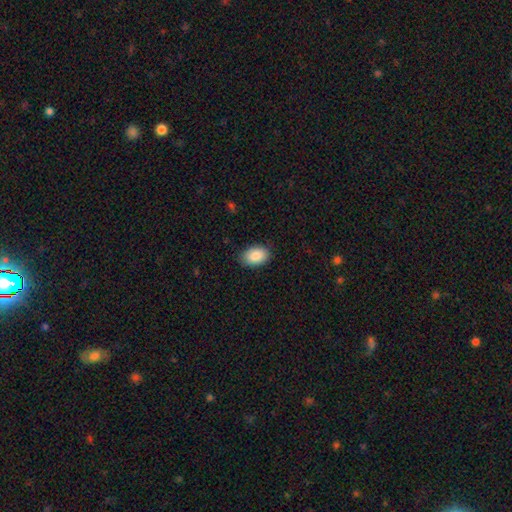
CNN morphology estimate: type=smooth (88%); roundness=in between (90%); merging=none (87%).